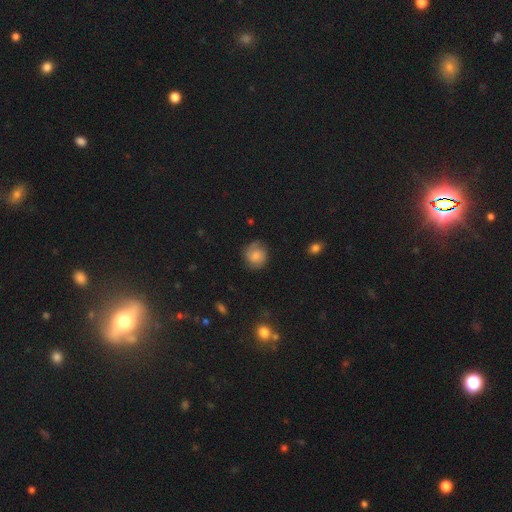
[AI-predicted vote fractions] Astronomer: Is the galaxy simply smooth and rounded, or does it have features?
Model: smooth — 51% (runner-up: featured or disk, 39%).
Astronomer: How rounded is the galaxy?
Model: round — 83%.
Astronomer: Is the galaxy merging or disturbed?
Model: none — 73%.